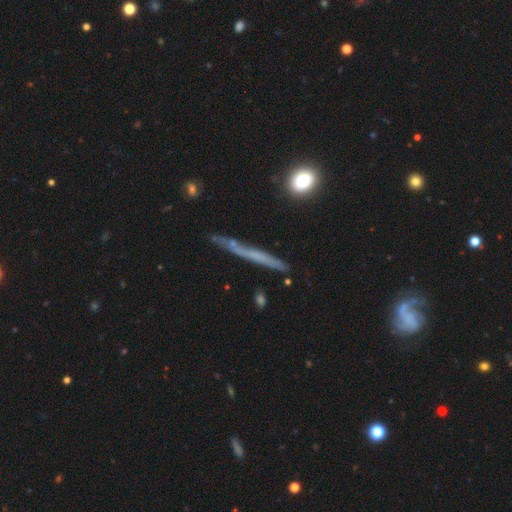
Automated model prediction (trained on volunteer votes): Smooth or featured?
  - featured or disk: 54% *
  - smooth: 37%
  - star or artifact: 9%
Edge-on disk?
  - yes: 94% *
  - no: 6%
Edge-on bulge?
  - none: 86% *
  - rounded: 9%
  - boxy: 5%
Merging?
  - none: 80% *
  - minor disturbance: 15%
  - major disturbance: 3%
  - merger: 3%